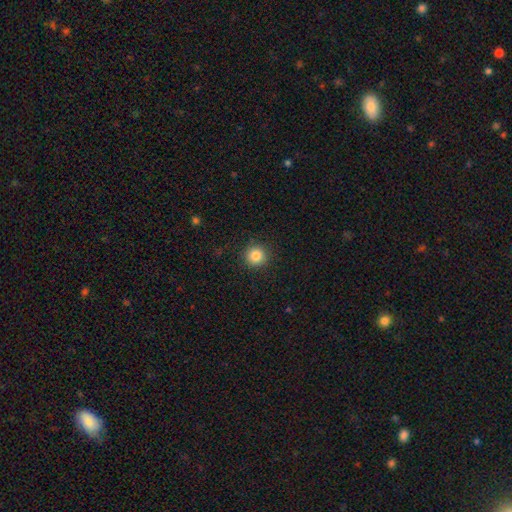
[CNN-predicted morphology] This is clearly a smooth galaxy (85%). How rounded: clearly round (95%). Merging: clearly none (91%).